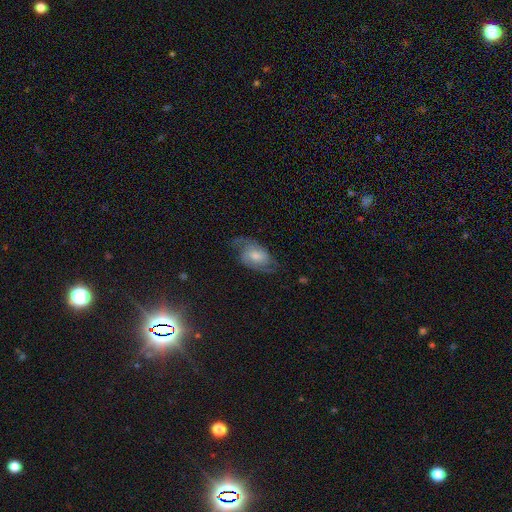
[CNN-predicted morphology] Smooth or featured: featured or disk — 72% (smooth — 21%)
Edge-on disk: no — 96% (yes — 4%)
Bar: no — 57% (weak — 37%)
Spiral arms: yes — 93% (no — 7%)
Spiral winding: medium — 47% (loose — 30%)
Spiral arm count: 2 — 84% (can't tell — 7%)
Bulge size: moderate — 50% (small — 25%)
Merging: none — 65% (minor disturbance — 21%)